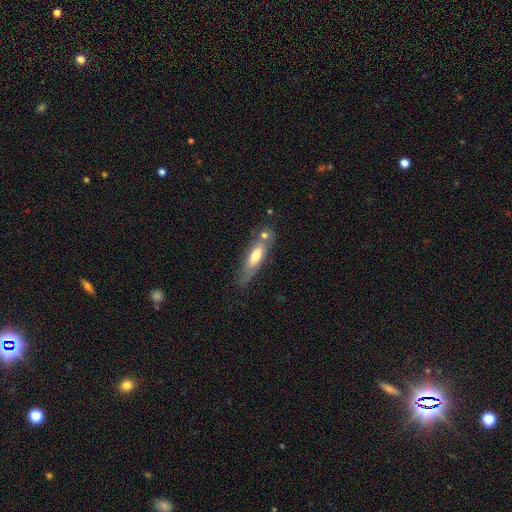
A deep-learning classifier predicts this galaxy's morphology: A smooth galaxy with no disk features (58%) that is cigar-shaped (55%).

Vote fractions:
- Smooth or featured? smooth: 58% / featured or disk: 35% / star or artifact: 7%
- How rounded? cigar-shaped: 55% / in between: 43% / round: 2%
- Merging? none: 59% / minor disturbance: 19% / merger: 15% / major disturbance: 7%